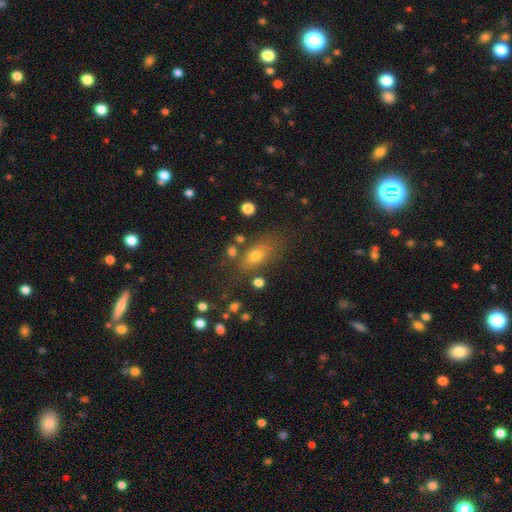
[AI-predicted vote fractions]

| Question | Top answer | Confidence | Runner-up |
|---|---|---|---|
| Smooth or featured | smooth | 70% | featured or disk (16%) |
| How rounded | in between | 75% | round (13%) |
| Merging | none | 68% | minor disturbance (16%) |